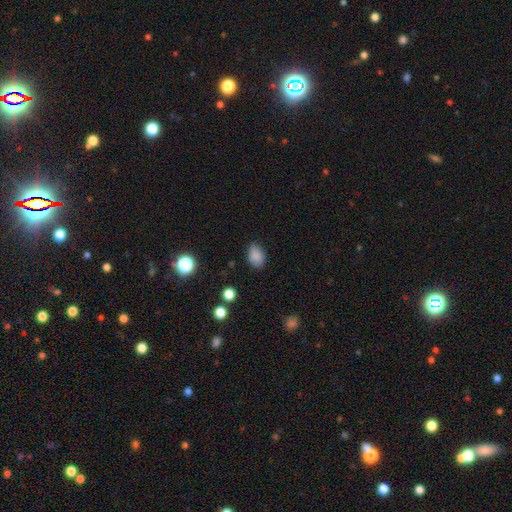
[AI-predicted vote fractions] smooth 85%, star or artifact 11%, featured or disk 5%. Down the decision tree: how rounded — in between (79%); merging — none (80%).